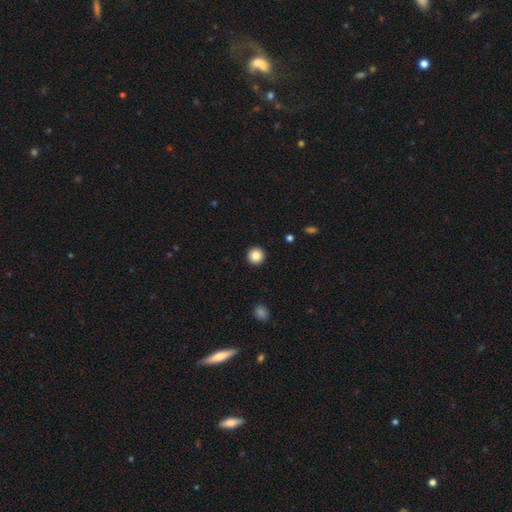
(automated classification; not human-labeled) Smooth or featured? smooth (85%)
How rounded? round (96%)
Merging? none (93%)